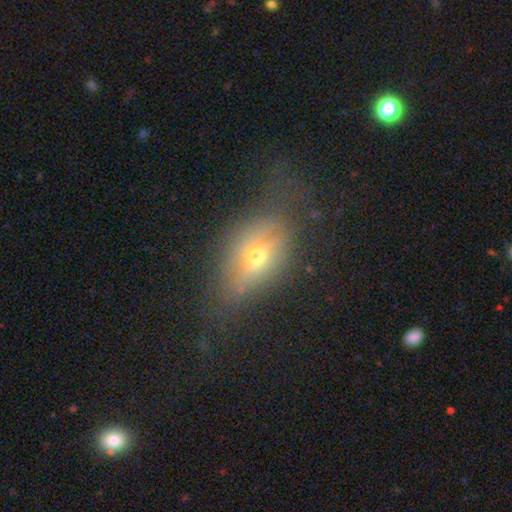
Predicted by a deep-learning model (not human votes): A featured or disk galaxy (44%).

Vote fractions:
- Smooth or featured? featured or disk: 44% / smooth: 43% / star or artifact: 14%
- Merging? none: 56% / minor disturbance: 24% / major disturbance: 18% / merger: 2%